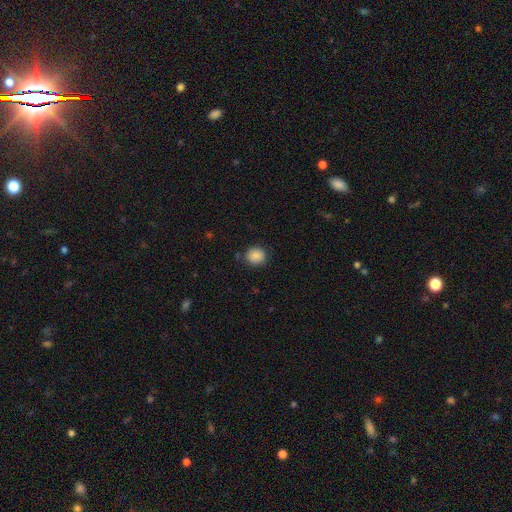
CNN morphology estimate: Smooth or featured: smooth — 87% (star or artifact — 9%)
How rounded: round — 83% (in between — 17%)
Merging: none — 83% (minor disturbance — 13%)